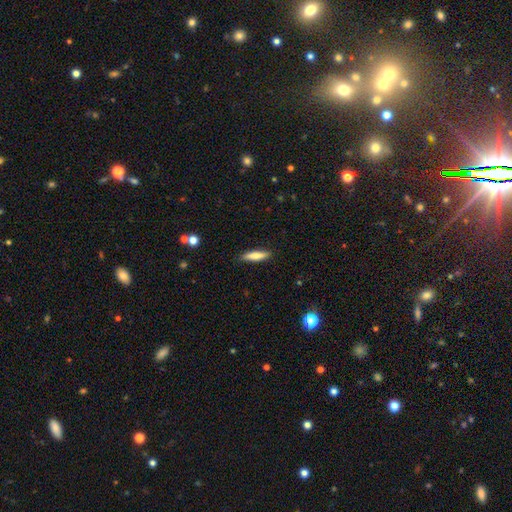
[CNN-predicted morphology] smooth 74%, featured or disk 20%, star or artifact 6%. Down the decision tree: how rounded — cigar-shaped (77%); merging — none (87%).